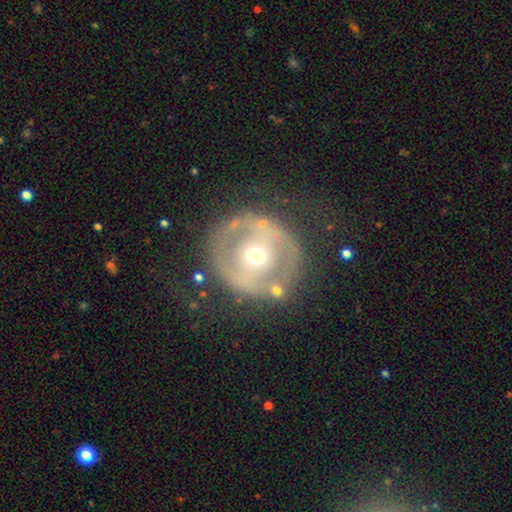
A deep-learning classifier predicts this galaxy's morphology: The model was most divided on "bar": no: 42%, weak: 32%, strong: 26%. More confident: edge-on disk — no (95%); merging — none (72%); smooth or featured — featured or disk (68%); spiral arms — no (67%); bulge size — moderate (67%).